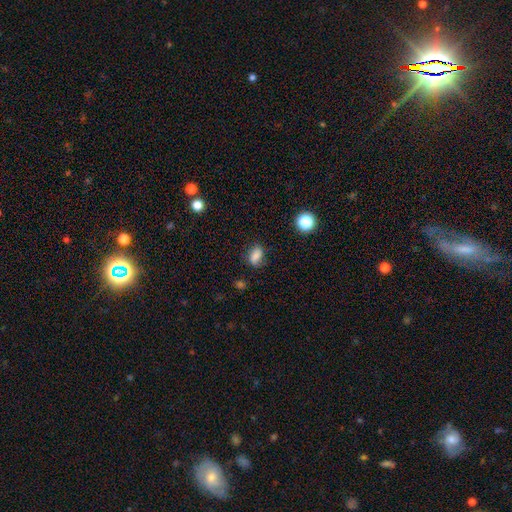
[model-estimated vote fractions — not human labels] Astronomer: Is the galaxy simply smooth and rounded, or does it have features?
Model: smooth — 79%.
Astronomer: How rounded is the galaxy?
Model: in between — 80%.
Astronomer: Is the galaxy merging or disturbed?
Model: none — 67%.